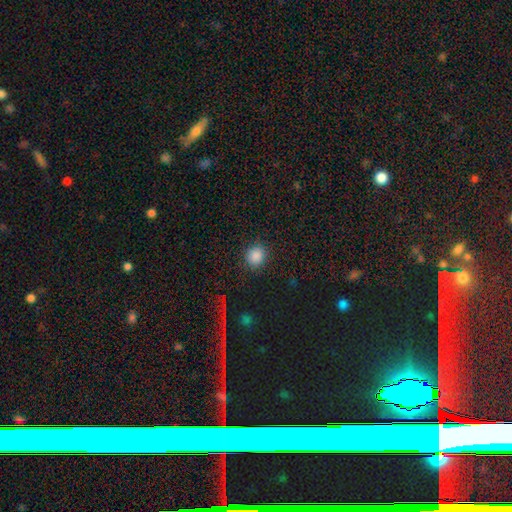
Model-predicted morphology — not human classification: A smooth galaxy with no disk features (84%) that is round (87%). Merging: none (88%).